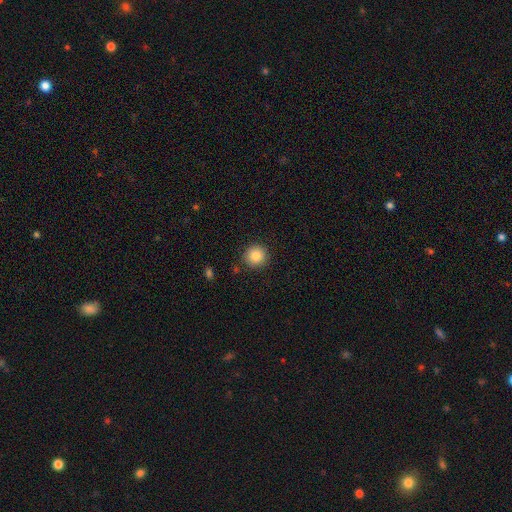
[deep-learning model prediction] Overall: smooth (85%). How rounded: round (94%). Merging: none (89%).